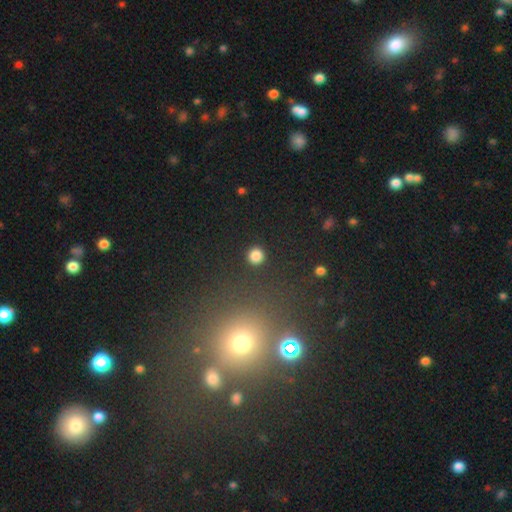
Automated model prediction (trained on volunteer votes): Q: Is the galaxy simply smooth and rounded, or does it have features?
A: smooth — 84%.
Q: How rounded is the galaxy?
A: round — 94%.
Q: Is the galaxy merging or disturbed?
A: none — 92%.